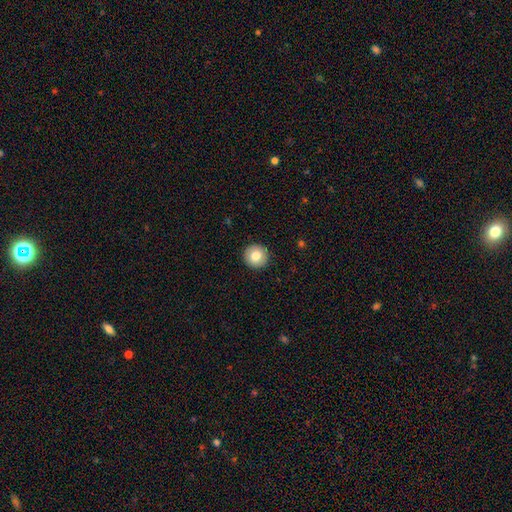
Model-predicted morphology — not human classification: Smooth or featured: smooth — 81% (featured or disk — 11%)
How rounded: round — 95% (in between — 4%)
Merging: none — 92% (minor disturbance — 5%)